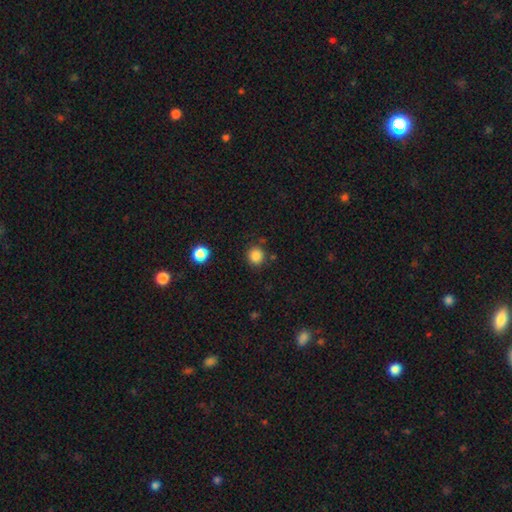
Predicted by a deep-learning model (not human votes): smooth_or_featured: smooth (p=0.85) [alt: star or artifact p=0.11]
how_rounded: round (p=0.91) [alt: in between p=0.08]
merging: none (p=0.85) [alt: minor disturbance p=0.09]